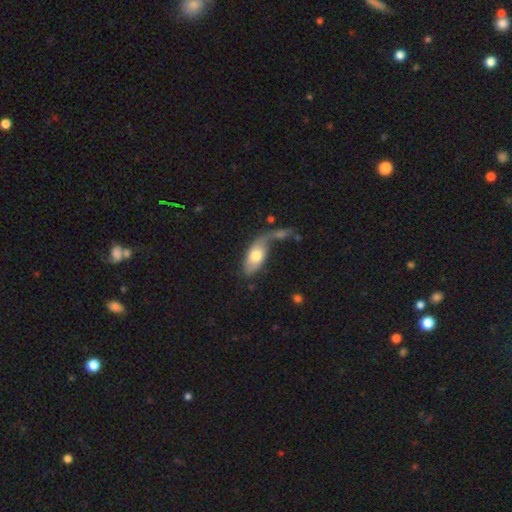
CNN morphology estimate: Smooth or featured?
  - smooth: 68% *
  - featured or disk: 26%
  - star or artifact: 6%
How rounded?
  - in between: 90% *
  - cigar-shaped: 6%
  - round: 4%
Merging?
  - merger: 33% *
  - none: 32%
  - minor disturbance: 18%
  - major disturbance: 16%